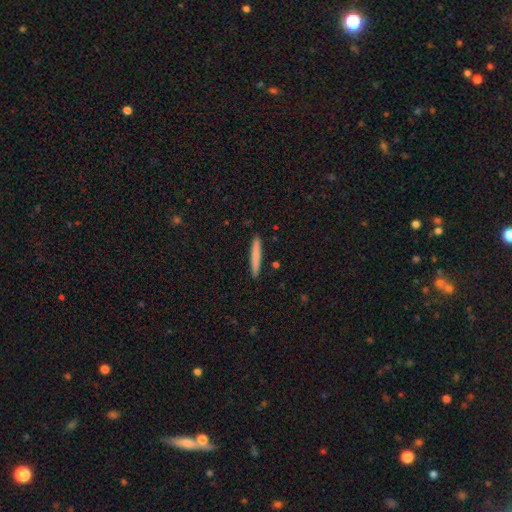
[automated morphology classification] type=smooth (76%); roundness=cigar-shaped (96%); merging=none (91%).